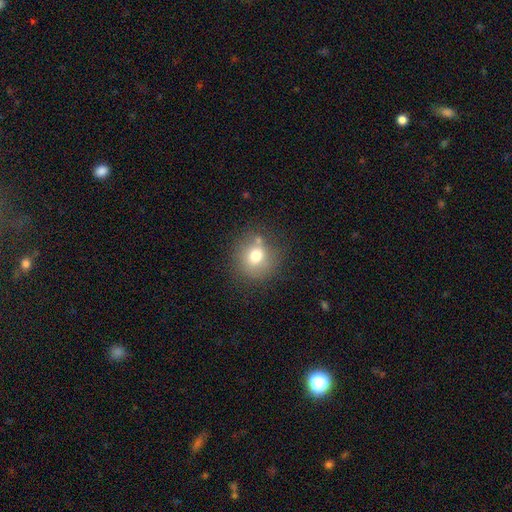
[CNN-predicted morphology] smooth 73%, featured or disk 14%, star or artifact 13%. Down the decision tree: how rounded — round (87%); merging — none (72%).